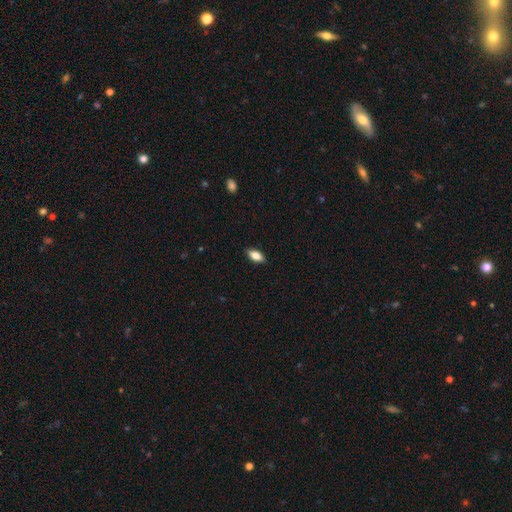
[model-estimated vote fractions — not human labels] Overall: smooth (78%). How rounded: in between (85%). Merging: none (87%).